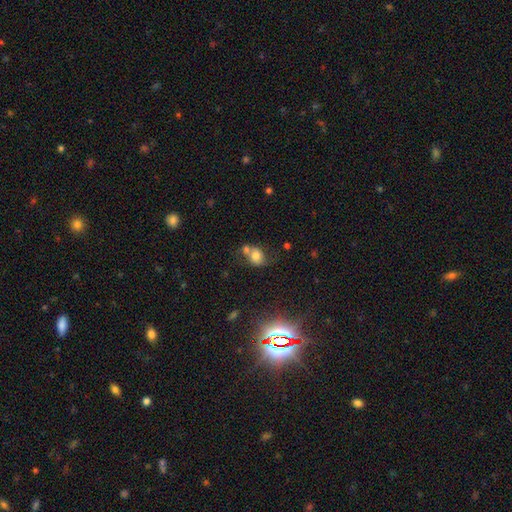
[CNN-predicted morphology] smooth_or_featured: smooth (p=0.71) [alt: featured or disk p=0.16]
how_rounded: in between (p=0.49) [tied with: round p=0.49]
merging: none (p=0.39) [alt: merger p=0.37]